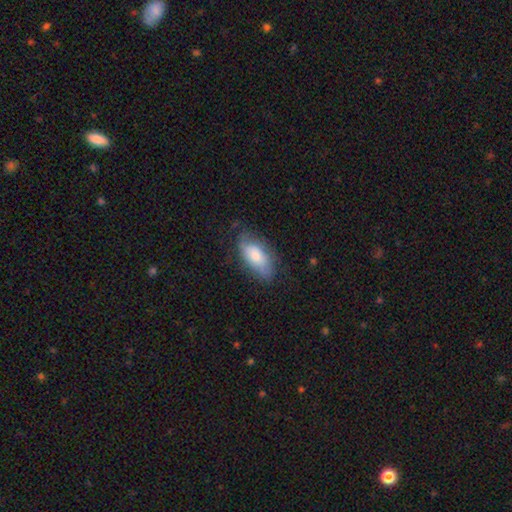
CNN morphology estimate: type=smooth (68%); roundness=in between (89%); merging=none (65%).